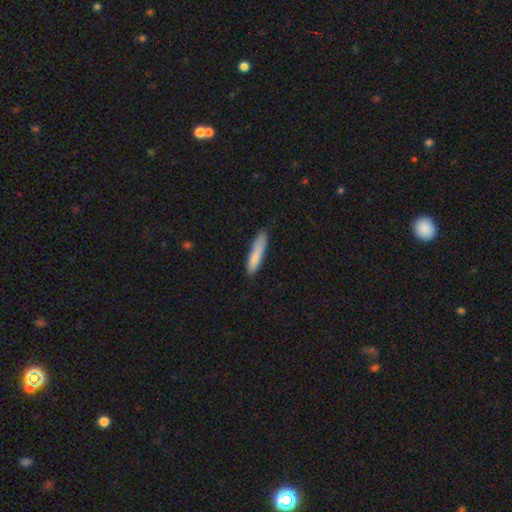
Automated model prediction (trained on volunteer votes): Smooth or featured?
  - smooth: 83% *
  - featured or disk: 11%
  - star or artifact: 6%
How rounded?
  - cigar-shaped: 83% *
  - in between: 16%
  - round: 1%
Merging?
  - none: 76% *
  - minor disturbance: 19%
  - major disturbance: 3%
  - merger: 2%